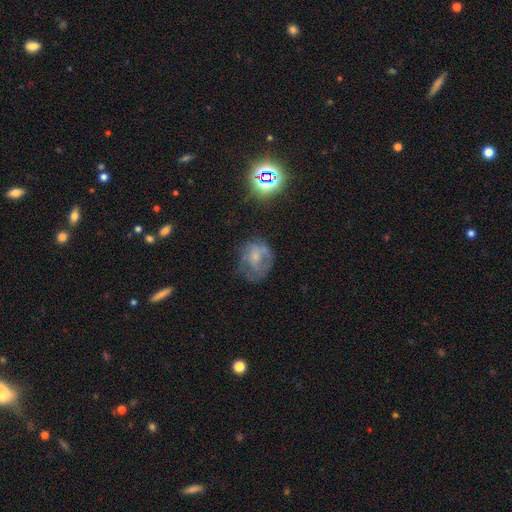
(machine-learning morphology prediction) Smooth or featured: featured or disk — 44% (smooth — 38%)
Merging: none — 45% (minor disturbance — 26%)